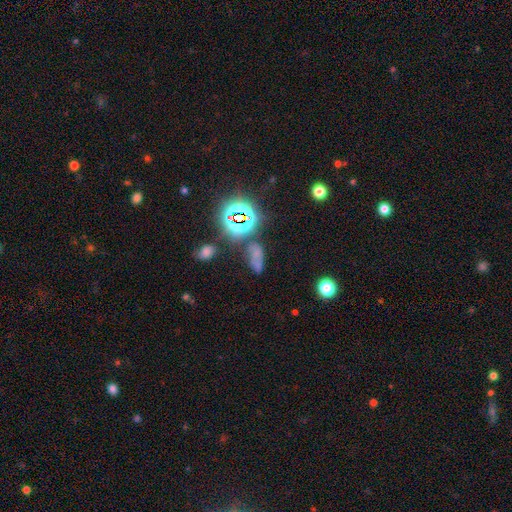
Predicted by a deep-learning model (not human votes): Morphology: type=smooth (44%); merging=none (54%).